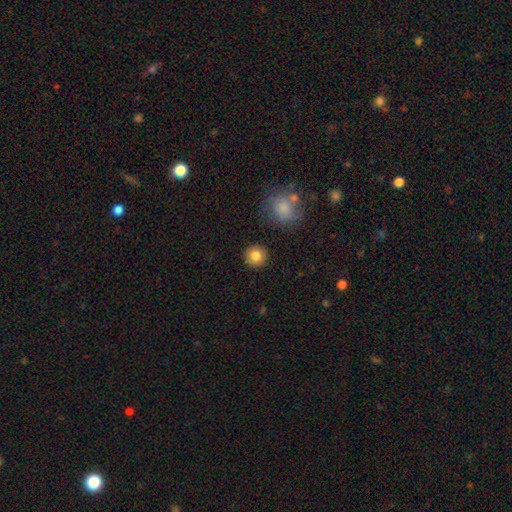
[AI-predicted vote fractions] This appears to be a smooth galaxy with no disk features (83%) that is round (94%). Merging: none (91%).